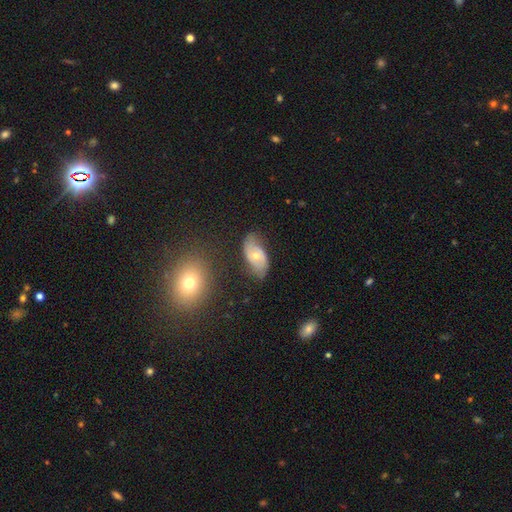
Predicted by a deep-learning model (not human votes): Smooth or featured? Predicted: featured or disk (p=0.59). Edge-on disk? Predicted: no (p=0.92). Bar? Predicted: no (p=0.66). Spiral arms? Predicted: yes (p=0.75). Bulge size? Predicted: moderate (p=0.55). Merging? Predicted: none (p=0.65).